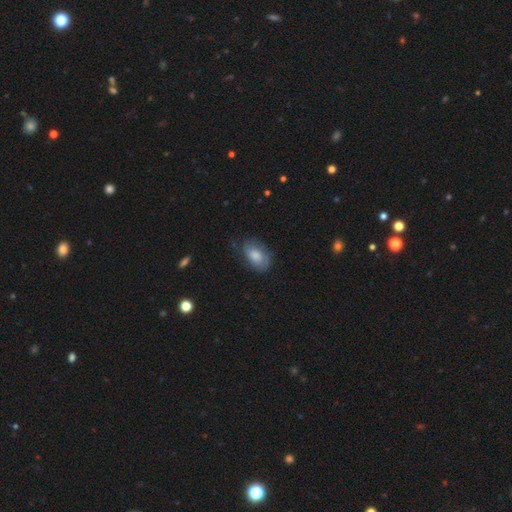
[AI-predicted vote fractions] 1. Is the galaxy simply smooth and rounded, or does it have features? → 64% smooth, 28% featured or disk, 8% star or artifact.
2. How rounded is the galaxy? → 90% in between, 8% round, 2% cigar-shaped.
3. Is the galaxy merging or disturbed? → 67% none, 24% minor disturbance, 8% major disturbance, 1% merger.